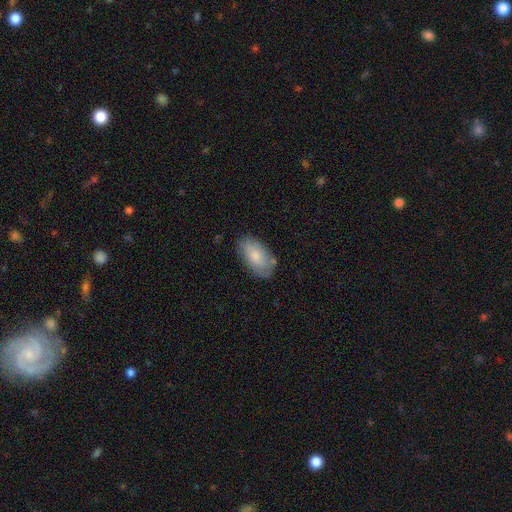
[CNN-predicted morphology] smooth-or-featured: smooth: 73% | featured or disk: 21% | star or artifact: 6%
  how-rounded: in between: 94% | round: 3% | cigar-shaped: 3%
  merging: none: 72% | minor disturbance: 21% | major disturbance: 5% | merger: 3%